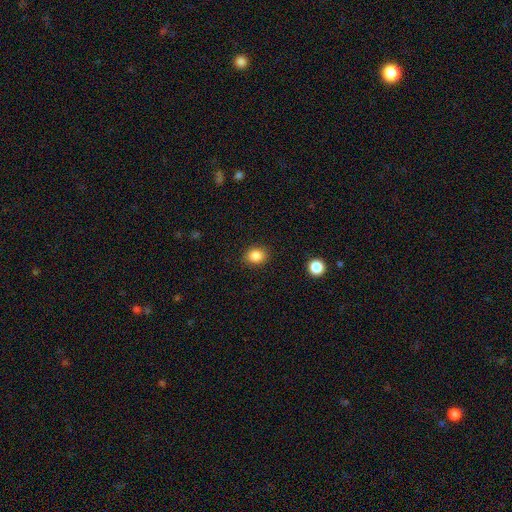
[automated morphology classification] A smooth galaxy with no disk features (86%) that is round (57%).

Vote fractions:
- Smooth or featured? smooth: 86% / star or artifact: 10% / featured or disk: 4%
- How rounded? round: 57% / in between: 42% / cigar-shaped: 1%
- Merging? none: 88% / minor disturbance: 8% / major disturbance: 3% / merger: 1%